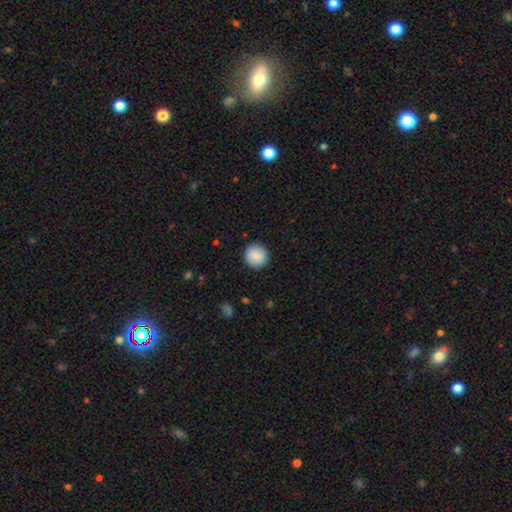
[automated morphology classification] smooth_or_featured: smooth (p=0.89) [alt: star or artifact p=0.07]
how_rounded: round (p=0.93) [alt: in between p=0.06]
merging: none (p=0.91) [alt: minor disturbance p=0.06]